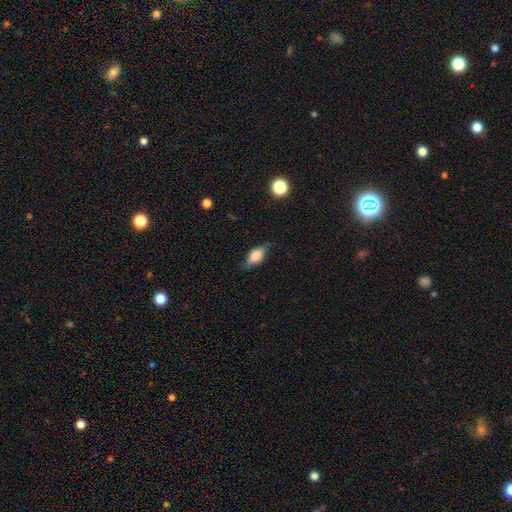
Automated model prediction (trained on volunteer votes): Smooth or featured?
  - smooth: 56% *
  - featured or disk: 36%
  - star or artifact: 8%
How rounded?
  - in between: 77% *
  - cigar-shaped: 17%
  - round: 6%
Merging?
  - none: 72% *
  - minor disturbance: 21%
  - major disturbance: 6%
  - merger: 1%